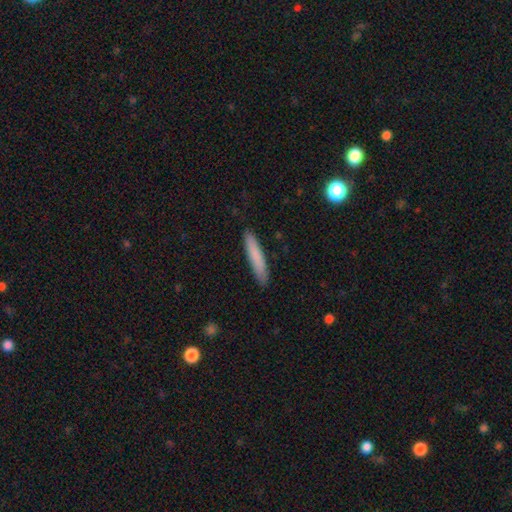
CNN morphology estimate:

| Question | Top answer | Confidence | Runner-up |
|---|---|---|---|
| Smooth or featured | smooth | 80% | featured or disk (14%) |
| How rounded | cigar-shaped | 92% | in between (7%) |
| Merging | none | 87% | minor disturbance (10%) |